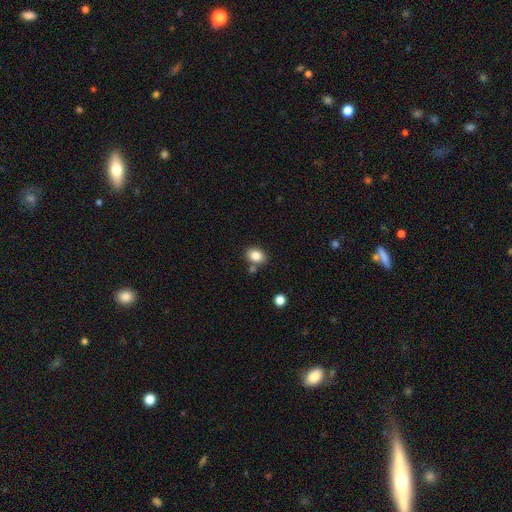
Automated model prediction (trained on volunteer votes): This appears to be a smooth galaxy with no disk features (84%) that is in between round and cigar-shaped (61%). Merging: none (73%).